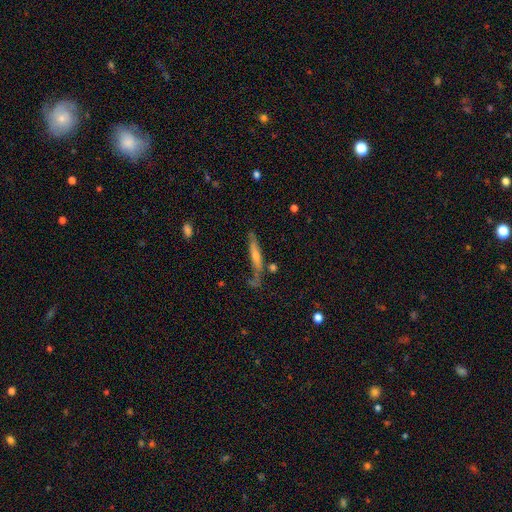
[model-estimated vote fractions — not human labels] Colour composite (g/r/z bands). It shows a featured or disk galaxy (60%) viewed edge-on (84%) with a rounded central bulge (72%). Merging: none (58%).